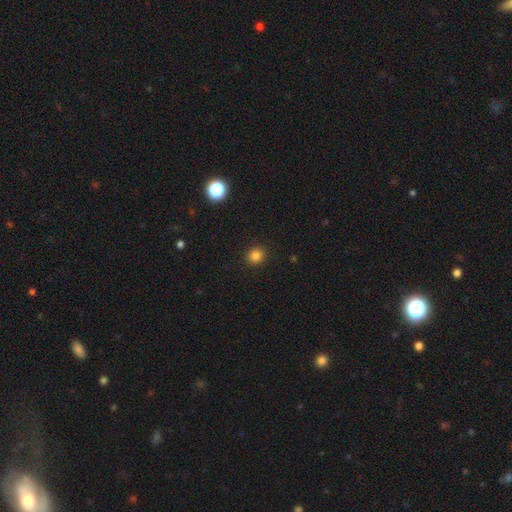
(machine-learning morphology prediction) The model was most divided on "how rounded": round: 83%, in between: 16%, cigar-shaped: 1%. More confident: merging — none (91%); smooth or featured — smooth (82%).